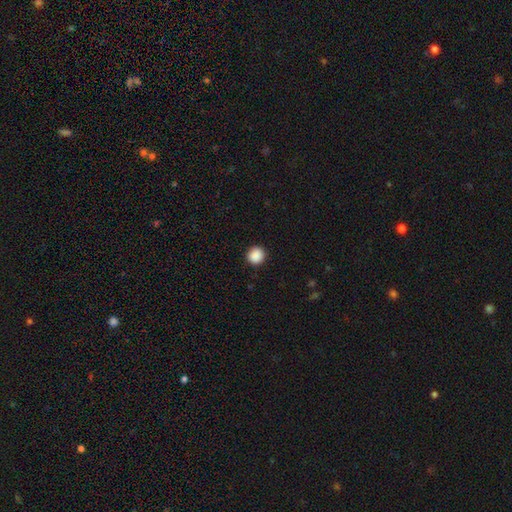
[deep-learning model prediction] Smooth or featured: smooth — 89% (star or artifact — 9%)
How rounded: round — 91% (in between — 8%)
Merging: none — 92% (minor disturbance — 5%)